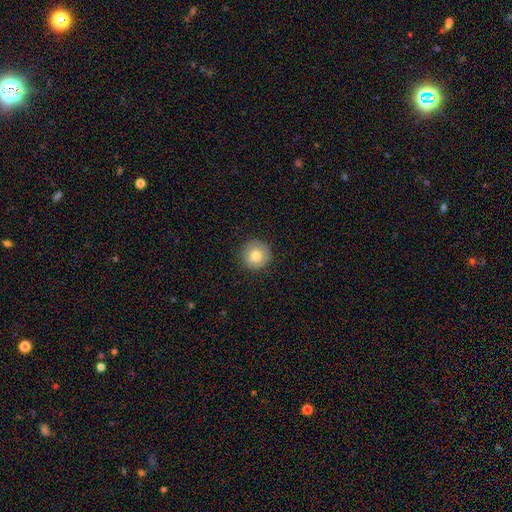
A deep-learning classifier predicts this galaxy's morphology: A smooth galaxy with no disk features (77%) that is round (95%).

Vote fractions:
- Smooth or featured? smooth: 77% / featured or disk: 14% / star or artifact: 9%
- How rounded? round: 95% / in between: 4% / cigar-shaped: 1%
- Merging? none: 89% / minor disturbance: 8% / major disturbance: 2% / merger: 1%